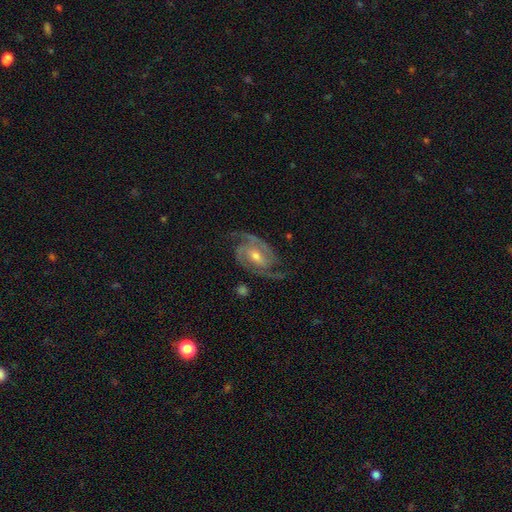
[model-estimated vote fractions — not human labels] Q: Smooth or featured?
A: featured or disk (92%); runner-up: star or artifact (4%)
Q: Edge-on disk?
A: no (97%); runner-up: yes (3%)
Q: Bar?
A: weak (45%); runner-up: no (36%)
Q: Spiral arms?
A: yes (98%); runner-up: no (2%)
Q: Spiral winding?
A: medium (51%); runner-up: tight (40%)
Q: Spiral arm count?
A: 2 (77%); runner-up: 3 (13%)
Q: Bulge size?
A: moderate (59%); runner-up: small (35%)
Q: Merging?
A: none (78%); runner-up: minor disturbance (15%)